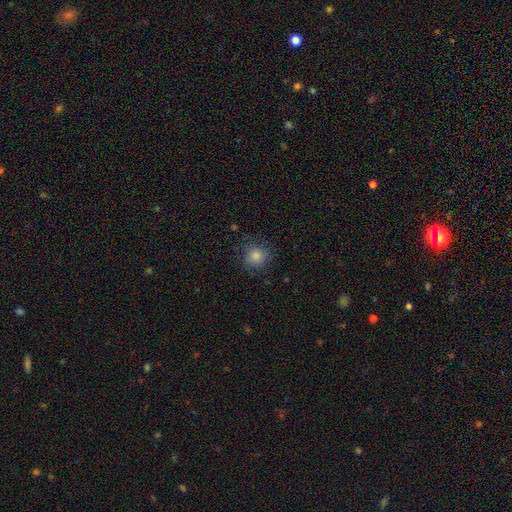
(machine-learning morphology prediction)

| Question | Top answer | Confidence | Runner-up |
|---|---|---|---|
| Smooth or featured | smooth | 79% | star or artifact (13%) |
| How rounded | round | 88% | in between (11%) |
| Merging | none | 80% | minor disturbance (14%) |